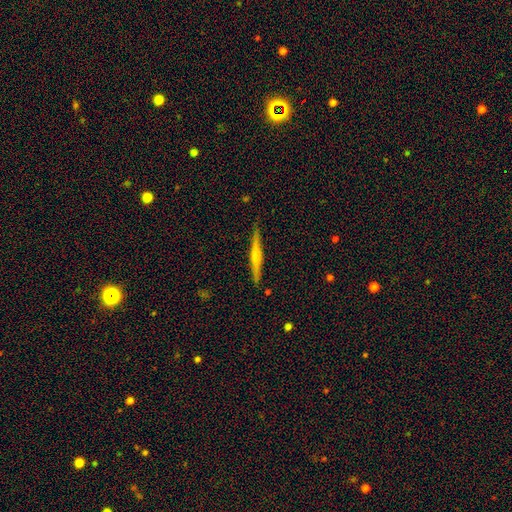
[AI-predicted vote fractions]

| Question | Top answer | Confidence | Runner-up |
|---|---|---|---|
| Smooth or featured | featured or disk | 57% | smooth (36%) |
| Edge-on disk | yes | 98% | no (2%) |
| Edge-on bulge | rounded | 50% | none (33%) |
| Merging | none | 88% | minor disturbance (9%) |